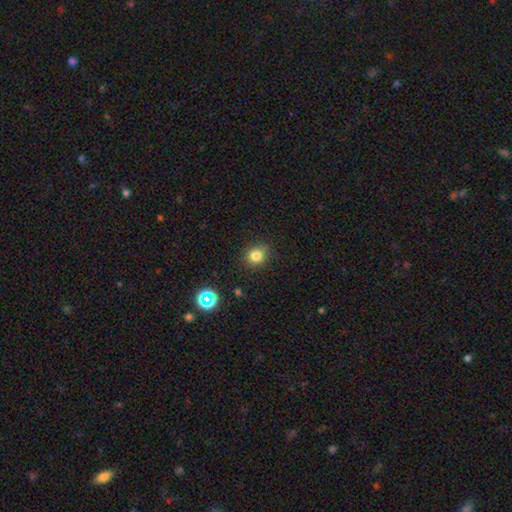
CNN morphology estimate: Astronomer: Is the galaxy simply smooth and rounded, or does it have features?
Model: smooth — 81%.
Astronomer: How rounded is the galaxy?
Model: round — 74%.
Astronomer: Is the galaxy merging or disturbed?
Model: none — 85%.